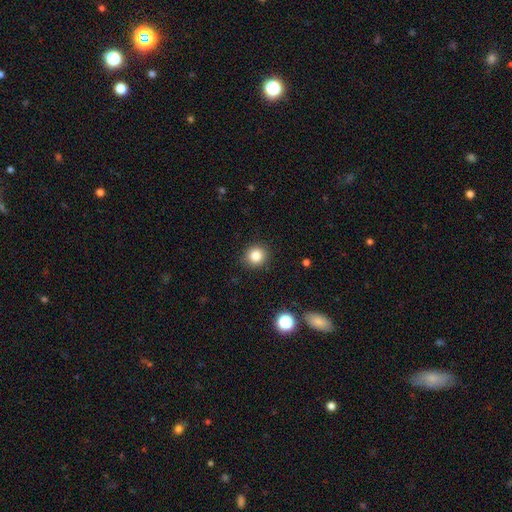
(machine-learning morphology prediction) smooth 83%, star or artifact 11%, featured or disk 6%. Down the decision tree: how rounded — round (89%); merging — none (91%).